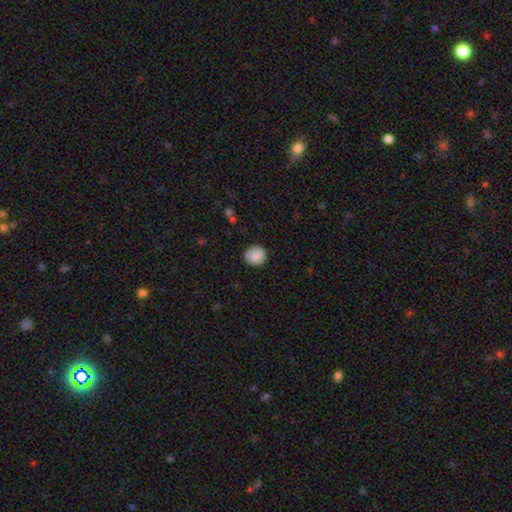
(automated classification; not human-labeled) A smooth galaxy with no disk features (88%) that is round (90%).

Vote fractions:
- Smooth or featured? smooth: 88% / star or artifact: 8% / featured or disk: 4%
- How rounded? round: 90% / in between: 9% / cigar-shaped: 1%
- Merging? none: 87% / minor disturbance: 9% / major disturbance: 2% / merger: 1%